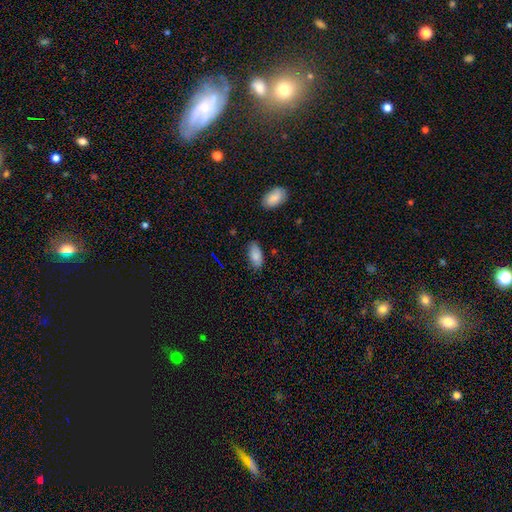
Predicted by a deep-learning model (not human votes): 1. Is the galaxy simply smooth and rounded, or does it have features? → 85% smooth, 8% star or artifact, 7% featured or disk.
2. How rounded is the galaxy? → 92% in between, 6% cigar-shaped, 2% round.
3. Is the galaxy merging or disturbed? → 78% none, 17% minor disturbance, 3% major disturbance, 2% merger.